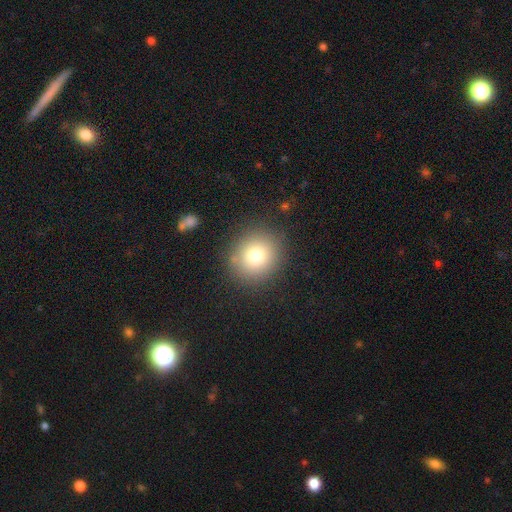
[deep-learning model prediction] This appears to be a smooth galaxy with no disk features (77%) that is round (88%). Merging: none (87%).